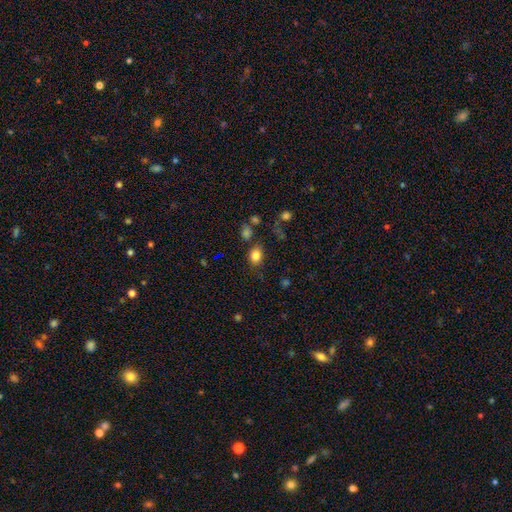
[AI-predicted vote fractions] This appears to be a smooth galaxy with no disk features (82%) that is in between round and cigar-shaped (51%). Merging: none (73%).